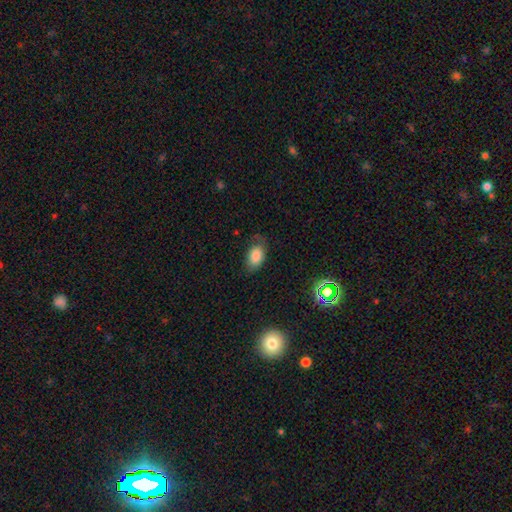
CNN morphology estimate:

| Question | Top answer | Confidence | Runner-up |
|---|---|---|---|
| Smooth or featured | smooth | 81% | featured or disk (10%) |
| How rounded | in between | 90% | round (8%) |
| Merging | none | 62% | minor disturbance (26%) |